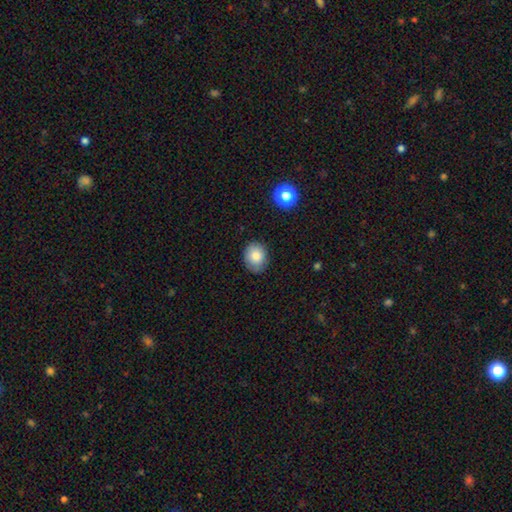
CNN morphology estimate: Smooth or featured: smooth — 82% (star or artifact — 9%)
How rounded: in between — 50% (round — 49%)
Merging: none — 82% (minor disturbance — 14%)